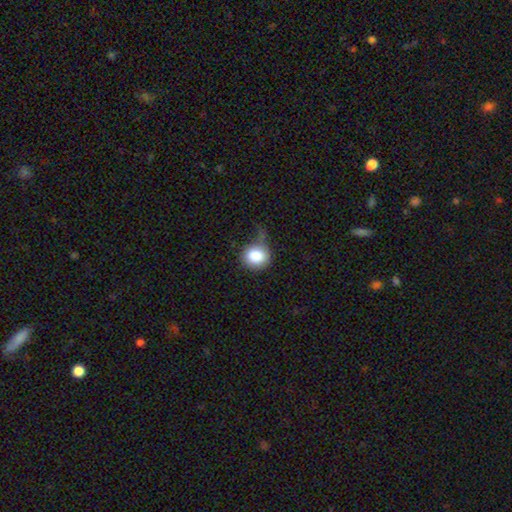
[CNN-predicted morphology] Smooth or featured? Predicted: smooth (p=0.85). How rounded? Predicted: round (p=0.78). Merging? Predicted: none (p=0.41).